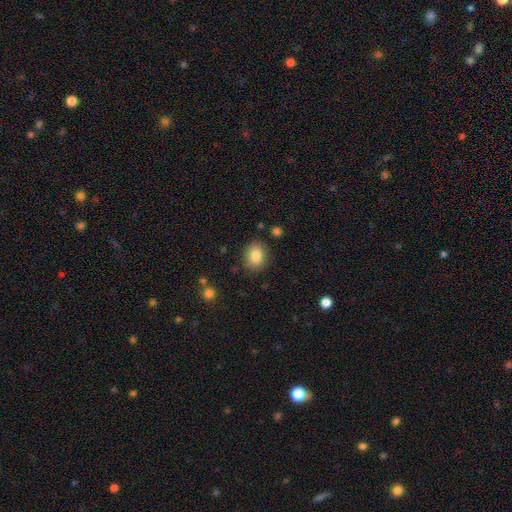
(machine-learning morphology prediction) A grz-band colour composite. It shows a smooth galaxy with no disk features (84%) that is in between round and cigar-shaped (58%). Merging: none (84%).